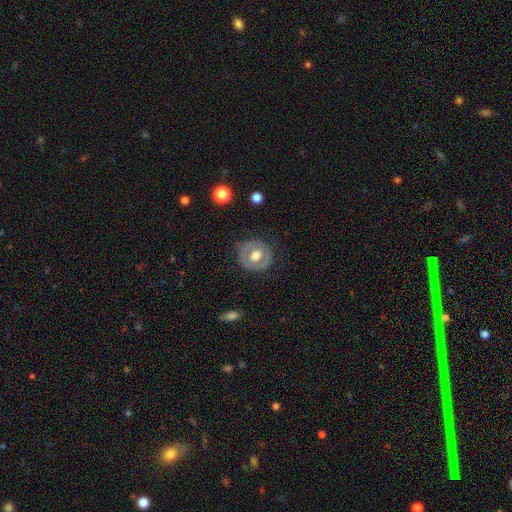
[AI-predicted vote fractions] Overall: smooth (49%; featured or disk 44%). Merging: none (80%).